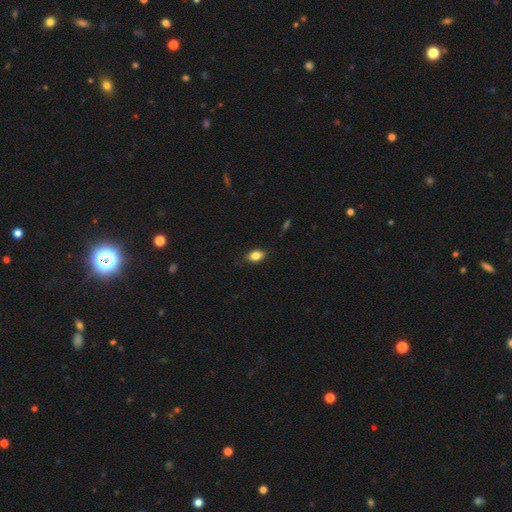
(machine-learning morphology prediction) This is clearly a smooth galaxy (84%). How rounded: clearly in between (83%). Merging: clearly none (83%).